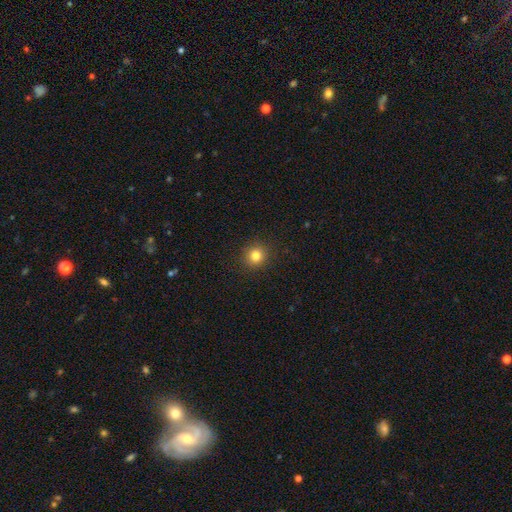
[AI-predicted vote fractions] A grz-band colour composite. It shows a smooth galaxy with no disk features (82%) that is round (90%). Merging: none (91%).